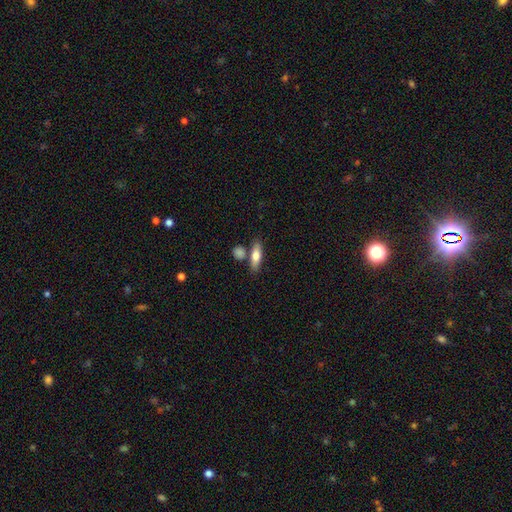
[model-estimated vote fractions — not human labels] smooth_or_featured: smooth (p=0.72) [alt: featured or disk p=0.22]
how_rounded: in between (p=0.52) [alt: cigar-shaped p=0.43]
merging: none (p=0.71) [alt: merger p=0.15]